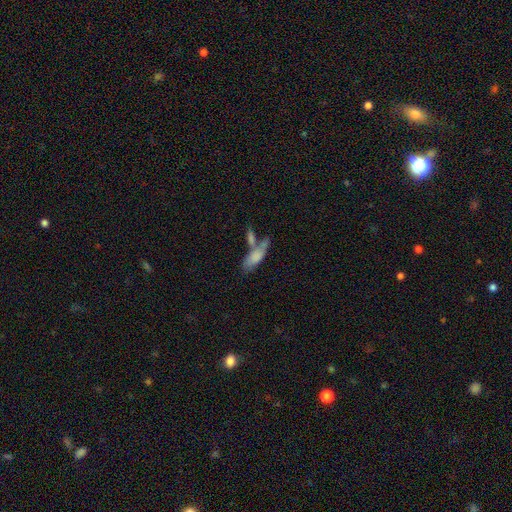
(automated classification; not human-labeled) Smooth or featured? Predicted: smooth (p=0.74). How rounded? Predicted: in between (p=0.65). Merging? Predicted: merger (p=0.46).